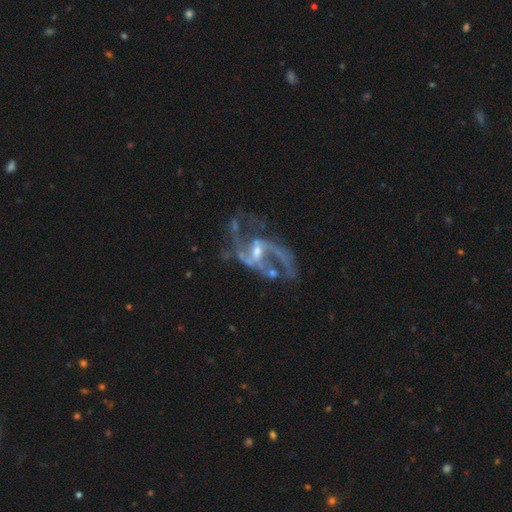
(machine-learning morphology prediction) This is clearly a featured or disk galaxy (89%). It is clearly not viewed edge-on (97%). Bar: possibly weak (50%). Spiral arm pattern: clearly yes (95%). Spiral arm count: clearly 2 (84%). Spiral winding: likely loose (64%). Central bulge: possibly small (55%). Merging: possibly none (50%).